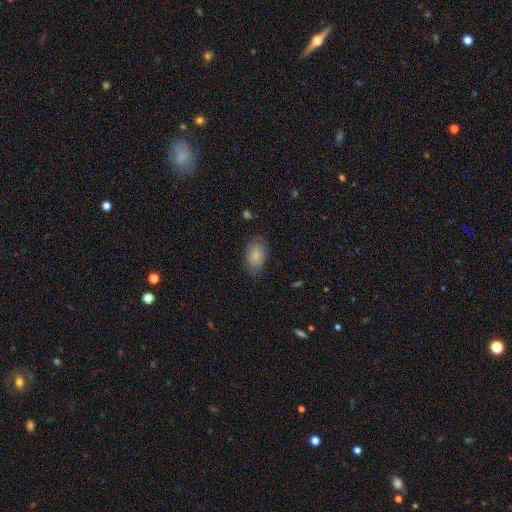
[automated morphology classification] Q: Smooth or featured?
A: smooth (83%); runner-up: featured or disk (10%)
Q: How rounded?
A: in between (87%); runner-up: round (11%)
Q: Merging?
A: none (79%); runner-up: minor disturbance (16%)